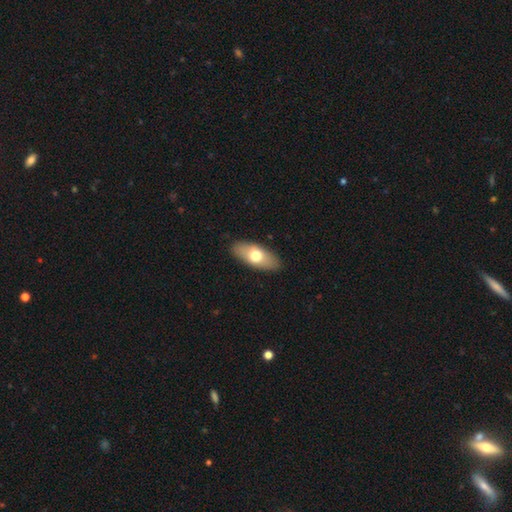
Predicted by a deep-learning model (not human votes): Morphology: type=smooth (66%); roundness=in between (87%); merging=none (88%).